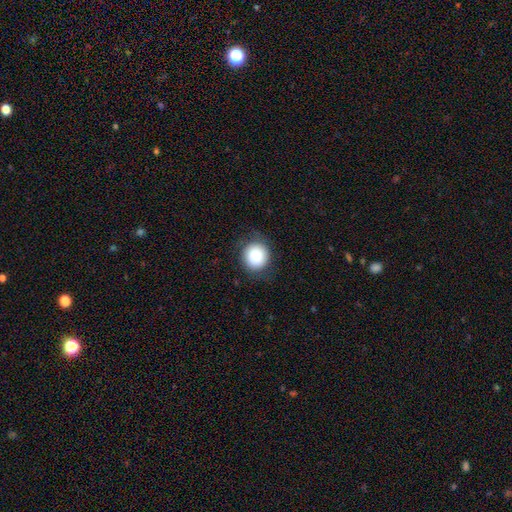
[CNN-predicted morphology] The model was most divided on "merging": none: 82%, minor disturbance: 13%, major disturbance: 5%, merger: 1%. More confident: how rounded — round (88%); smooth or featured — smooth (87%).